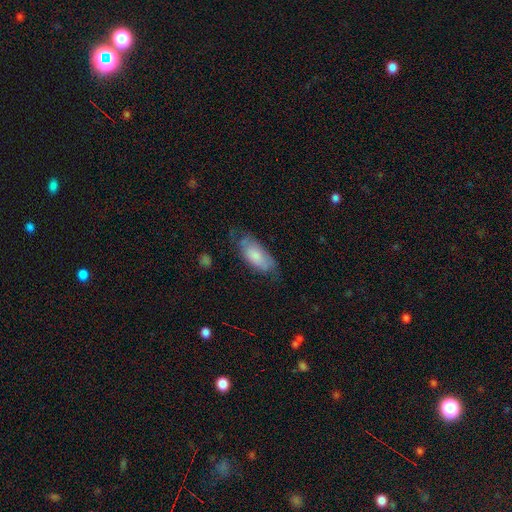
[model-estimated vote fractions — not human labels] Smooth or featured: smooth — 70% (featured or disk — 24%)
How rounded: in between — 87% (cigar-shaped — 11%)
Merging: none — 53% (minor disturbance — 32%)